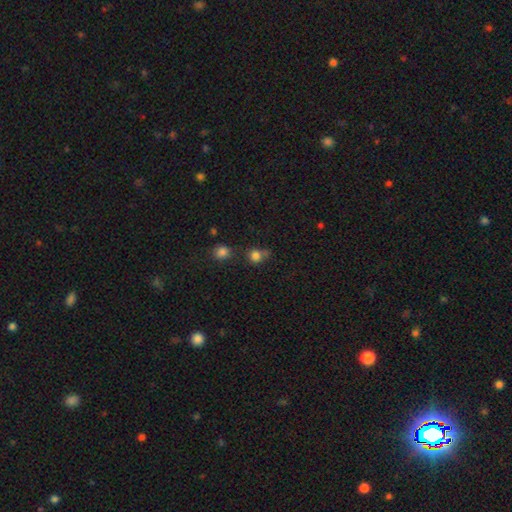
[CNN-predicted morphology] Smooth or featured? smooth (79%)
How rounded? round (86%)
Merging? none (61%)